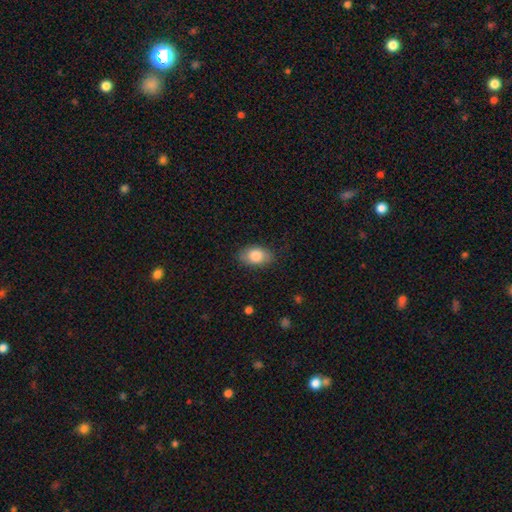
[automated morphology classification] smooth-or-featured: smooth: 83% | featured or disk: 11% | star or artifact: 7%
  how-rounded: in between: 90% | round: 9% | cigar-shaped: 2%
  merging: none: 82% | minor disturbance: 14% | major disturbance: 3% | merger: 1%